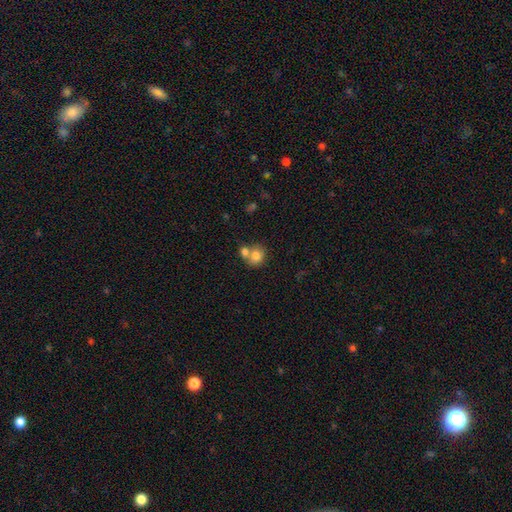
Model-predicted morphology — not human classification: A smooth galaxy with no disk features (78%) that is round (74%).

Vote fractions:
- Smooth or featured? smooth: 78% / featured or disk: 13% / star or artifact: 9%
- How rounded? round: 74% / in between: 25% / cigar-shaped: 1%
- Merging? merger: 49% / none: 40% / minor disturbance: 8% / major disturbance: 3%